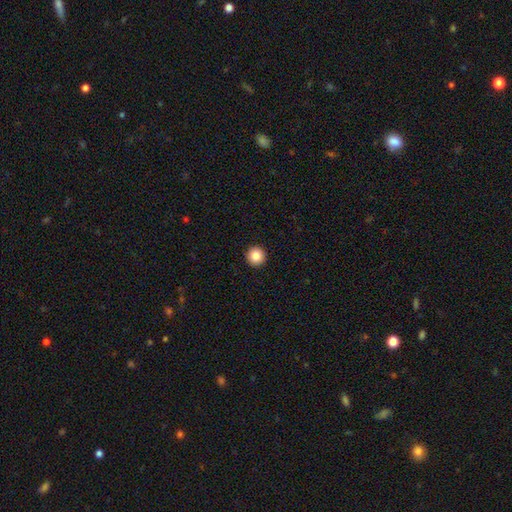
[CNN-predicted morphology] smooth_or_featured: smooth (p=0.86) [alt: star or artifact p=0.10]
how_rounded: round (p=0.96) [alt: in between p=0.03]
merging: none (p=0.94) [alt: minor disturbance p=0.04]